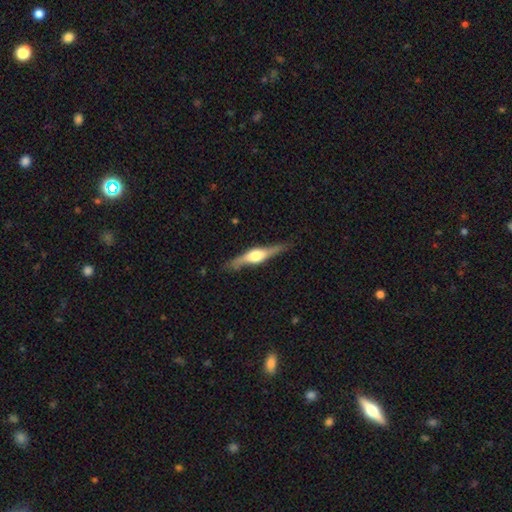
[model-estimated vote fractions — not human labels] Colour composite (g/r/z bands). It shows a featured or disk galaxy (74%) viewed edge-on (96%) with a rounded central bulge (92%). Merging: none (84%).